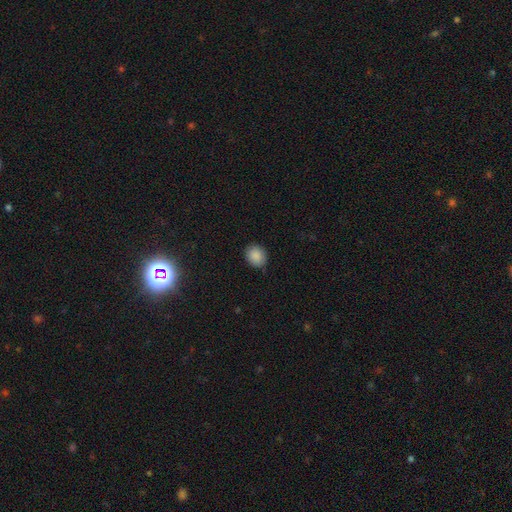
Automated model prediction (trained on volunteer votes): Smooth or featured? Predicted: smooth (p=0.88). How rounded? Predicted: round (p=0.64). Merging? Predicted: none (p=0.84).